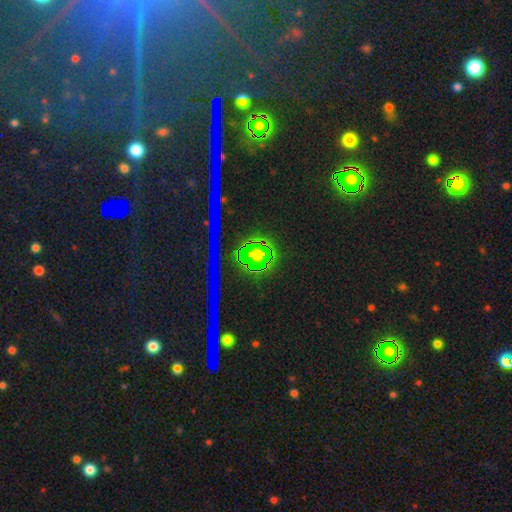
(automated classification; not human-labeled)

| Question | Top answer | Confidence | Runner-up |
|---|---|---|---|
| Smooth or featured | star or artifact | 81% | featured or disk (10%) |